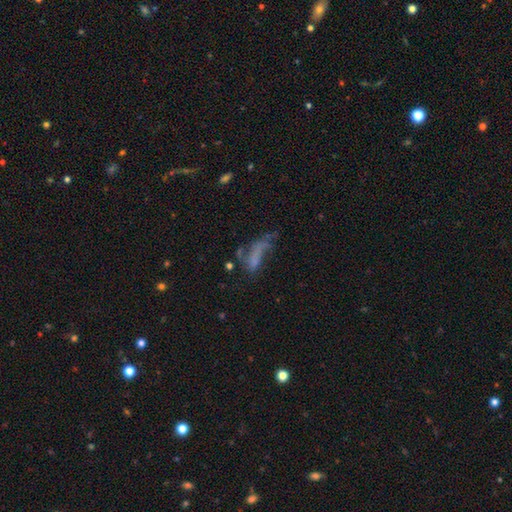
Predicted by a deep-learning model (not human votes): Q: Smooth or featured?
A: smooth (44%); runner-up: featured or disk (36%)
Q: Merging?
A: major disturbance (38%); runner-up: none (29%)